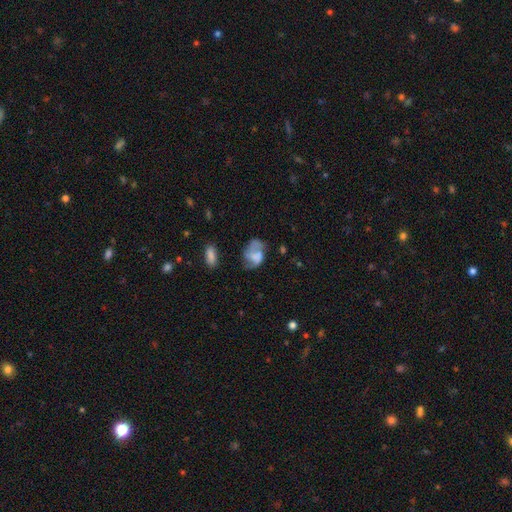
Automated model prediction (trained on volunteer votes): featured or disk 48%, smooth 42%, star or artifact 10%. Down the decision tree: merging — none (38%).